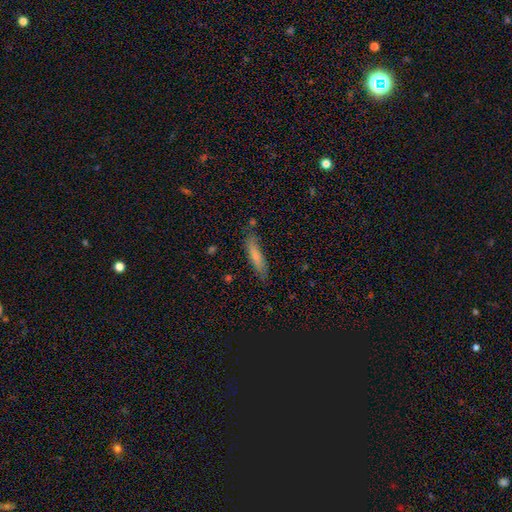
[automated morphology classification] Smooth or featured: smooth — 72% (featured or disk — 21%)
How rounded: cigar-shaped — 79% (in between — 19%)
Merging: none — 76% (minor disturbance — 17%)